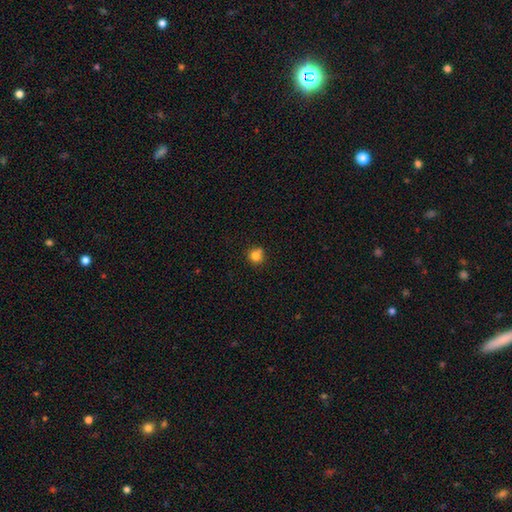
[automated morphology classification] A smooth galaxy with no disk features (81%) that is round (91%). Merging: none (72%).